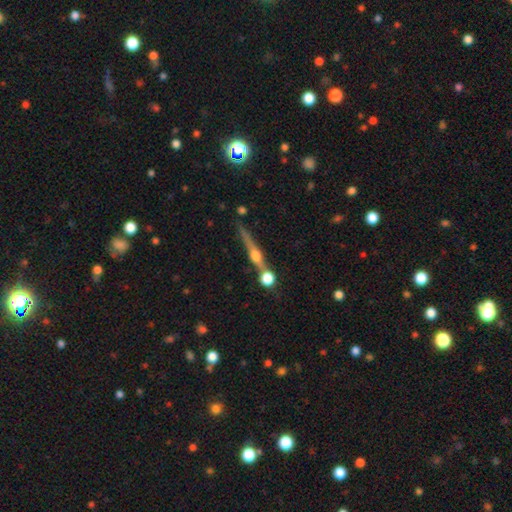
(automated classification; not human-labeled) Smooth or featured? Predicted: featured or disk (p=0.71). Edge-on disk? Predicted: yes (p=0.96). Edge-on bulge? Predicted: rounded (p=0.93). Merging? Predicted: none (p=0.66).